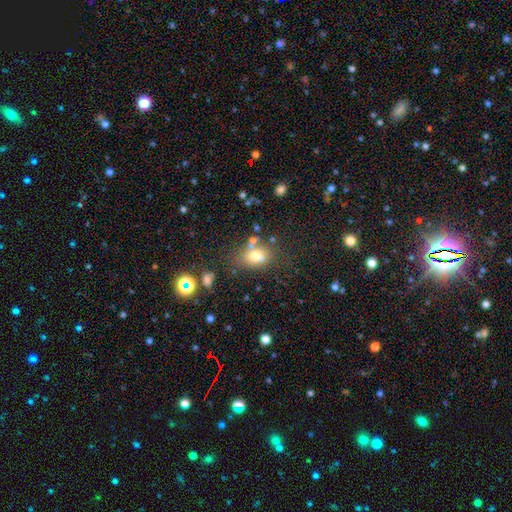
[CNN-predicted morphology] Overall: smooth (72%). How rounded: in between (71%). Merging: none (56%; minor disturbance 18%).